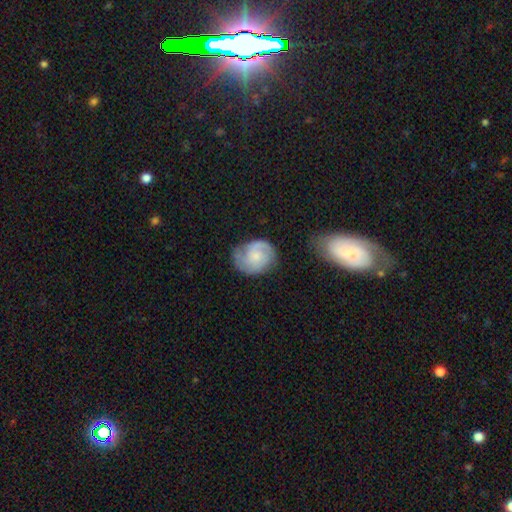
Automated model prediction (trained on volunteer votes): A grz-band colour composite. It shows a featured or disk galaxy (64%) with no bar (68%), 2 (68%) tight (44%) spiral arms (92%) and a small central bulge (44%). Merging: none (64%).